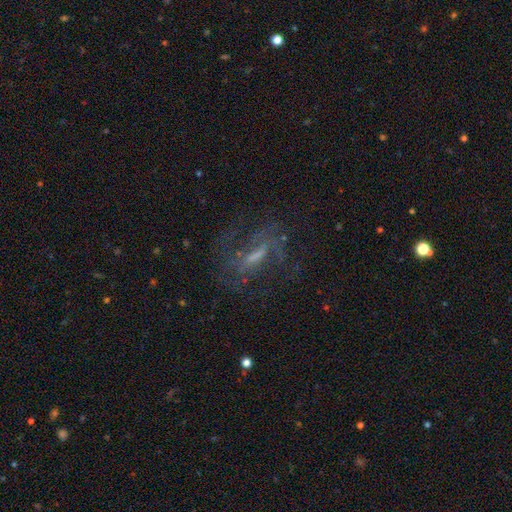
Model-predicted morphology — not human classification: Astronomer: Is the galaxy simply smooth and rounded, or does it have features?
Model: featured or disk — 67%.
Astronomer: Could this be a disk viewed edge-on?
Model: no — 86%.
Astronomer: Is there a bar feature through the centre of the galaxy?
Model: strong — 41% (runner-up: weak, 40%).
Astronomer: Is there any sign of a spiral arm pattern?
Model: yes — 72%.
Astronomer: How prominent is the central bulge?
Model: small — 32% (runner-up: moderate, 30%).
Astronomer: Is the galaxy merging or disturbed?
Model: none — 59%.